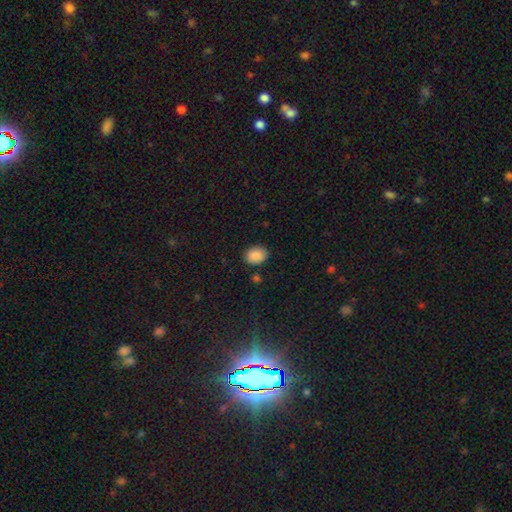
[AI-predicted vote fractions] A smooth galaxy with no disk features (88%) that is in between round and cigar-shaped (67%). Merging: none (83%).